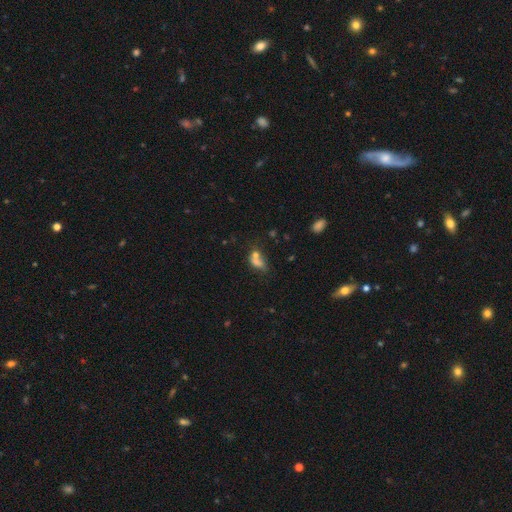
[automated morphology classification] smooth 61%, featured or disk 20%, star or artifact 19%. Down the decision tree: how rounded — in between (65%); merging — merger (45%).